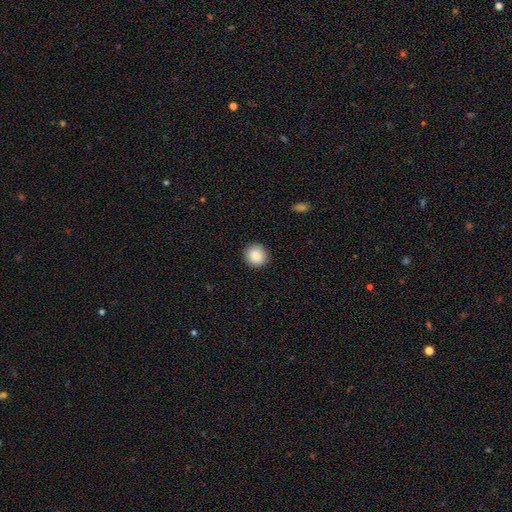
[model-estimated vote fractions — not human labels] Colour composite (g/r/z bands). It shows a smooth galaxy with no disk features (88%) that is round (90%). Merging: none (91%).